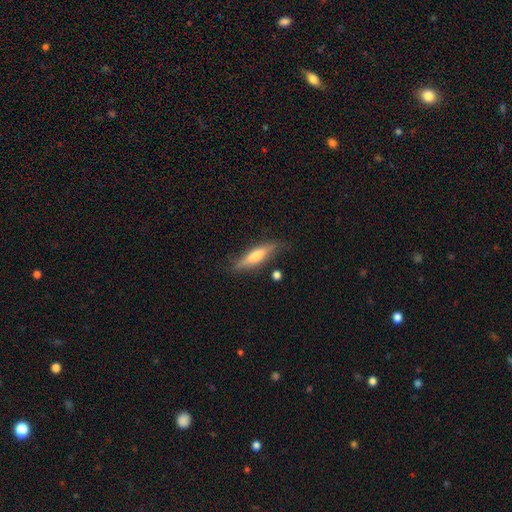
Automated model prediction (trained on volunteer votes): Morphology: type=smooth (58%); roundness=cigar-shaped (75%); merging=none (75%).